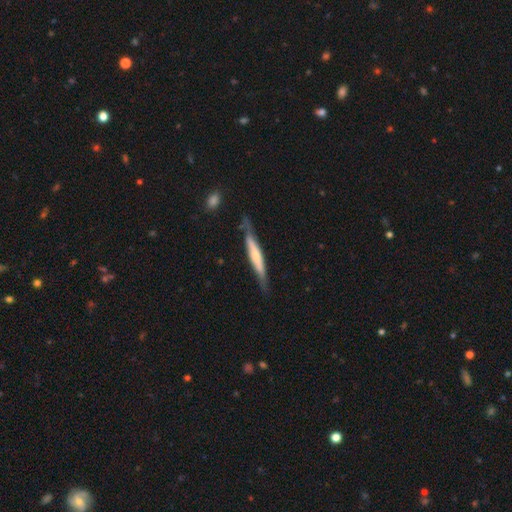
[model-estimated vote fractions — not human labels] smooth-or-featured: featured or disk: 52% | smooth: 43% | star or artifact: 5%
  disk-edge-on: yes: 91% | no: 9%
  merging: none: 72% | minor disturbance: 20% | major disturbance: 5% | merger: 3%